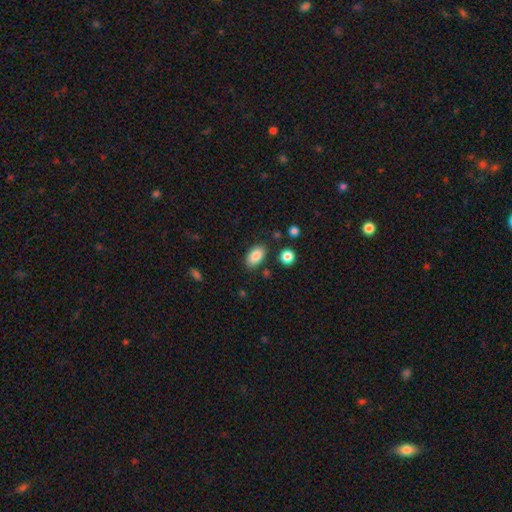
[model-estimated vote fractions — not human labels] smooth 86%, star or artifact 8%, featured or disk 6%. Down the decision tree: how rounded — in between (92%); merging — none (83%).